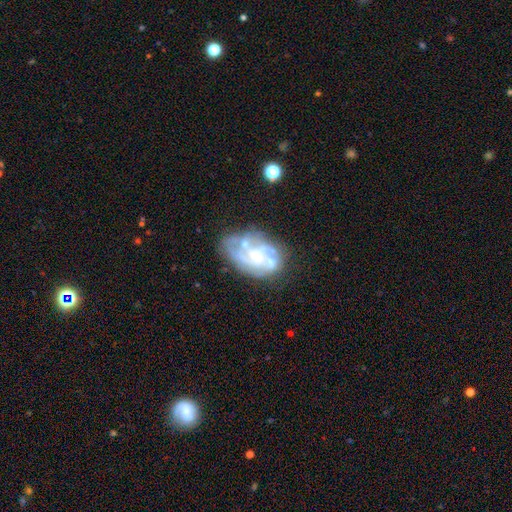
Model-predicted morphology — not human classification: A featured or disk galaxy (72%) with no bar (73%), spiral arms (53%) and a small central bulge (37%, tied with none). Merging: none (50%).